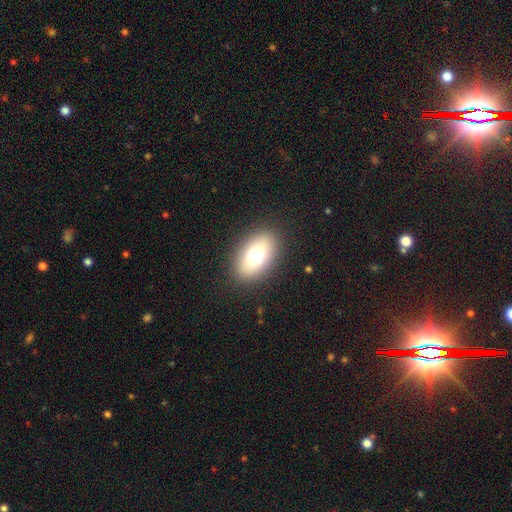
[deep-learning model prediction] smooth 72%, featured or disk 17%, star or artifact 11%. Down the decision tree: how rounded — in between (85%); merging — none (87%).